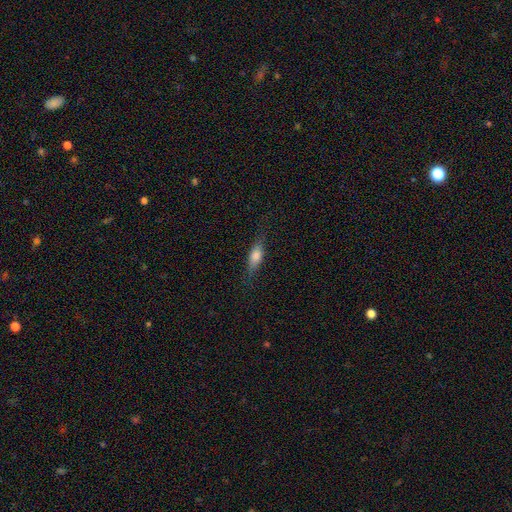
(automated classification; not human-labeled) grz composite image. It shows a smooth galaxy with no disk features (66%) that is in between round and cigar-shaped (56%). Merging: none (78%).